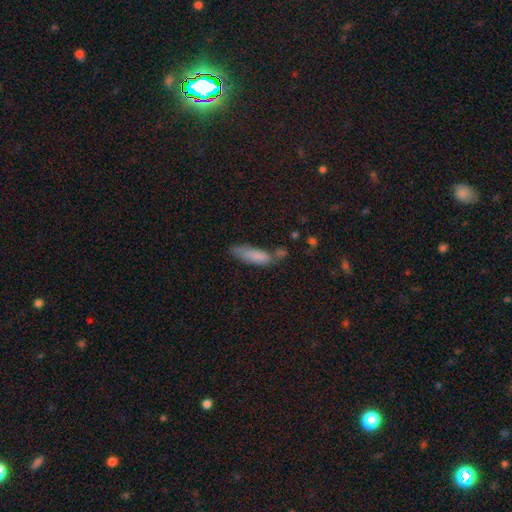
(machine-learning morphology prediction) The model was most divided on "how rounded": cigar-shaped: 57%, in between: 41%, round: 2%. Remaining: smooth or featured — smooth (81%); merging — none (46%).